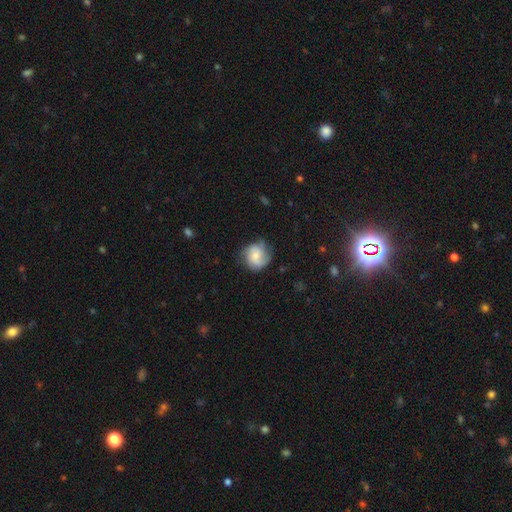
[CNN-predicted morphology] The model was most divided on "smooth or featured": featured or disk: 49%, smooth: 43%, star or artifact: 8%. More confident: merging — none (64%).